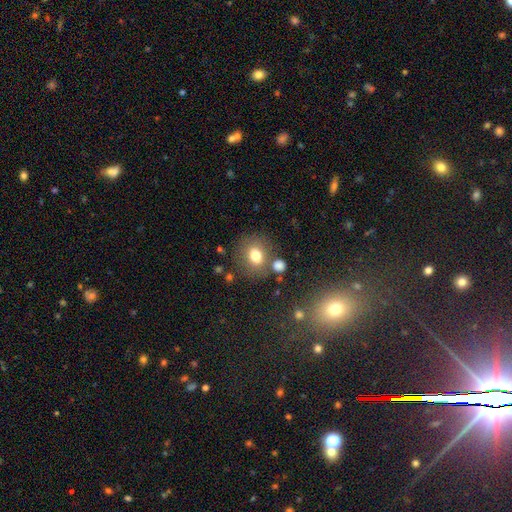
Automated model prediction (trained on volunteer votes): smooth-or-featured: smooth: 75% | featured or disk: 13% | star or artifact: 12%
  how-rounded: round: 61% | in between: 38% | cigar-shaped: 1%
  merging: none: 70% | minor disturbance: 13% | merger: 11% | major disturbance: 6%